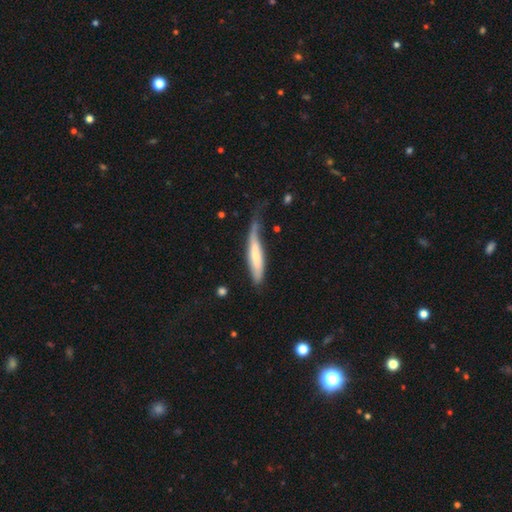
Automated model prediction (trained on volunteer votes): Smooth or featured: smooth — 63% (featured or disk — 32%)
How rounded: cigar-shaped — 85% (in between — 14%)
Merging: minor disturbance — 38% (none — 32%)